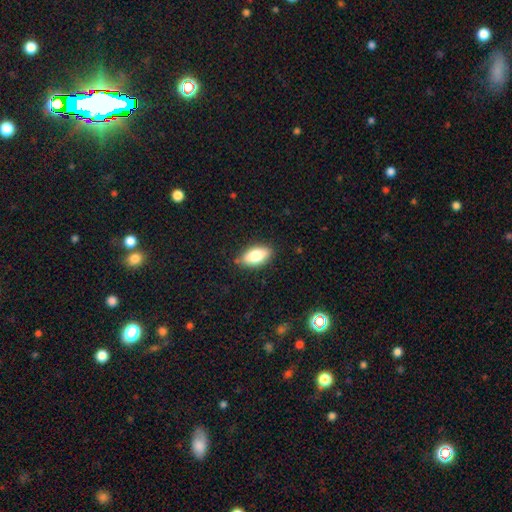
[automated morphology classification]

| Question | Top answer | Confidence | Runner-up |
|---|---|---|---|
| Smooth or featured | smooth | 79% | featured or disk (14%) |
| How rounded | in between | 88% | cigar-shaped (8%) |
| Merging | none | 83% | minor disturbance (13%) |